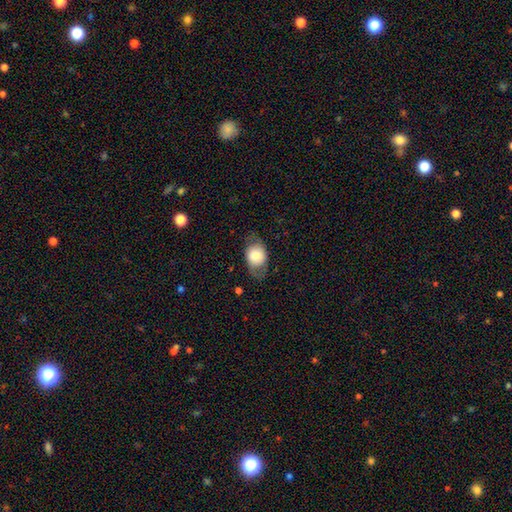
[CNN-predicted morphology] Smooth or featured?
  - smooth: 62% *
  - featured or disk: 30%
  - star or artifact: 7%
How rounded?
  - in between: 63% *
  - round: 35%
  - cigar-shaped: 1%
Merging?
  - none: 66% *
  - minor disturbance: 21%
  - major disturbance: 12%
  - merger: 1%